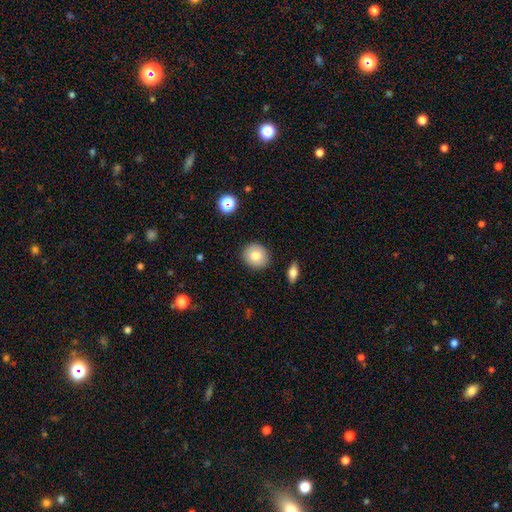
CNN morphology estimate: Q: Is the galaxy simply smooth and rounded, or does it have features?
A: smooth — 80%.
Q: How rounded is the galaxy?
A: round — 81%.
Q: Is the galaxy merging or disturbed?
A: none — 89%.